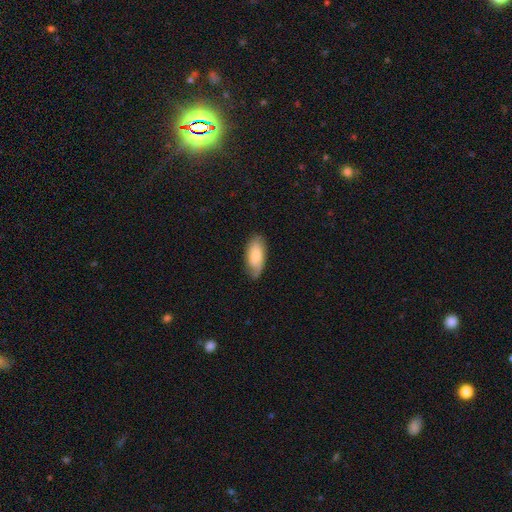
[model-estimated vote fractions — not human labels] A smooth galaxy with no disk features (70%) that is in between round and cigar-shaped (86%). Merging: none (74%).